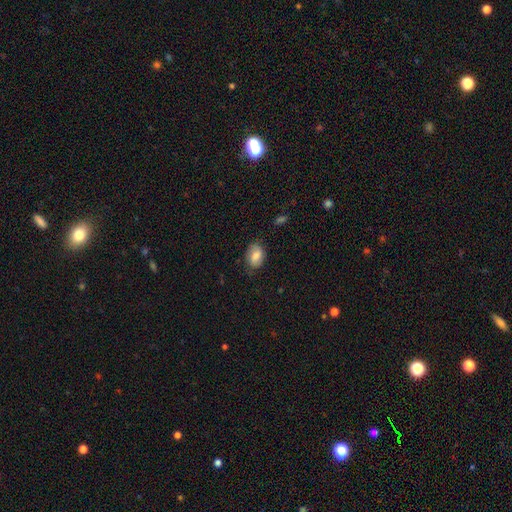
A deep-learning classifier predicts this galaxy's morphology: This appears to be a smooth galaxy with no disk features (75%) that is in between round and cigar-shaped (81%). Merging: none (71%).